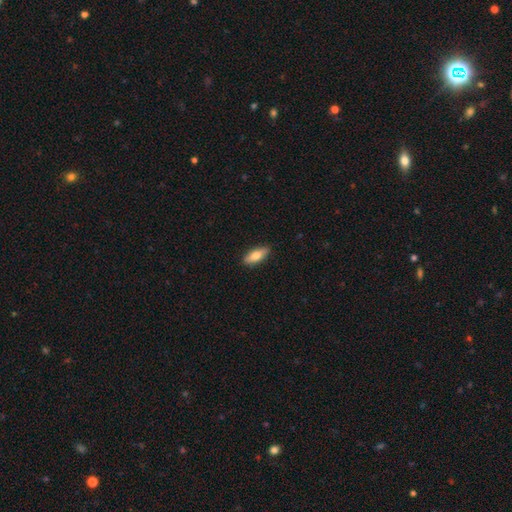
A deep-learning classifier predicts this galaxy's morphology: type=smooth (73%); roundness=in between (65%); merging=none (88%).